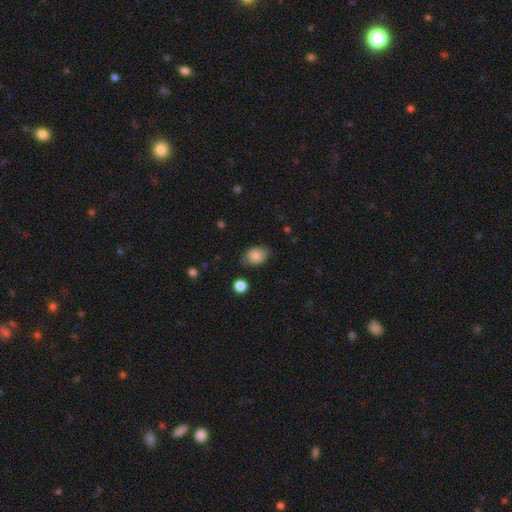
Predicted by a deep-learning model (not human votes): Smooth or featured: smooth — 83% (featured or disk — 9%)
How rounded: in between — 74% (round — 25%)
Merging: none — 75% (minor disturbance — 19%)